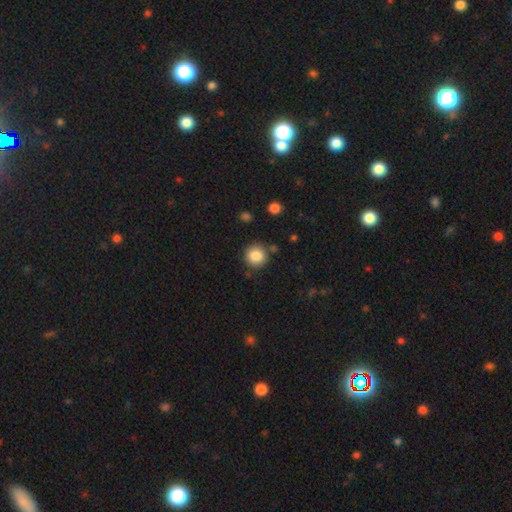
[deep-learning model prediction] Q: Smooth or featured?
A: smooth (86%); runner-up: star or artifact (9%)
Q: How rounded?
A: round (93%); runner-up: in between (6%)
Q: Merging?
A: none (85%); runner-up: minor disturbance (9%)